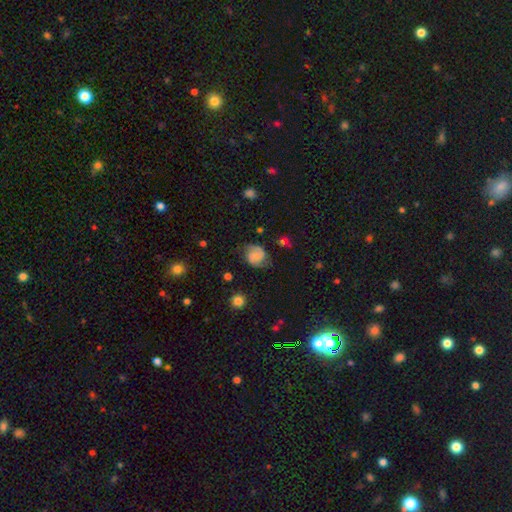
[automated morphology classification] Smooth or featured? featured or disk (51%)
Edge-on disk? no (98%)
Bar? no (53%)
Spiral arms? yes (90%)
Bulge size? none (44%)
Merging? none (67%)